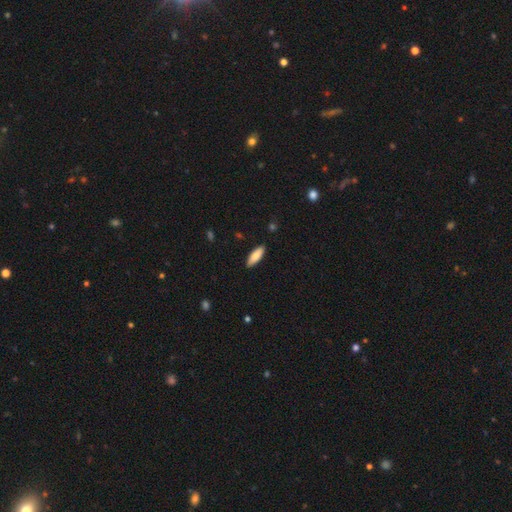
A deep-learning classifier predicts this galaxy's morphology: This is clearly a smooth galaxy (82%). How rounded: possibly in between (58%). Merging: clearly none (89%).